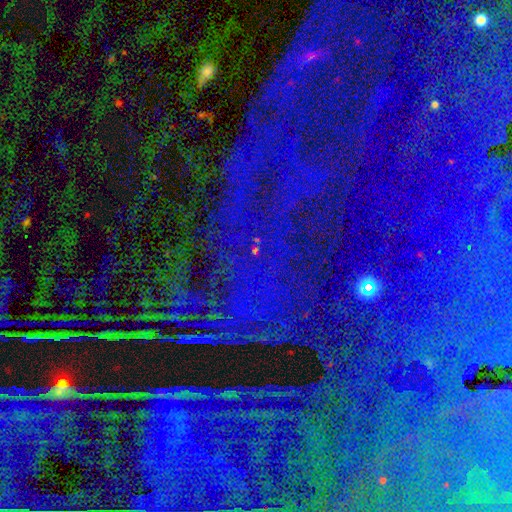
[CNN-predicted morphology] A star or artifact, not a galaxy (84%).